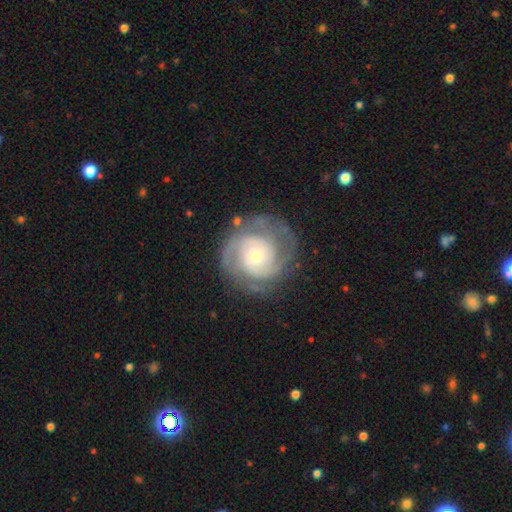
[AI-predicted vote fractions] Smooth or featured?
  - featured or disk: 87% *
  - smooth: 8%
  - star or artifact: 5%
Edge-on disk?
  - no: 98% *
  - yes: 2%
Bar?
  - no: 73% *
  - weak: 21%
  - strong: 5%
Spiral arms?
  - yes: 96% *
  - no: 4%
Spiral winding?
  - tight: 62% *
  - medium: 32%
  - loose: 6%
Spiral arm count?
  - 2: 46% *
  - 3: 23%
  - can't tell: 16%
  - 4: 6%
  - 1: 5%
  - more than 4: 4%
Bulge size?
  - small: 57% *
  - moderate: 38%
  - large: 3%
  - none: 1%
  - dominant: 1%
Merging?
  - none: 77% *
  - minor disturbance: 14%
  - major disturbance: 7%
  - merger: 1%